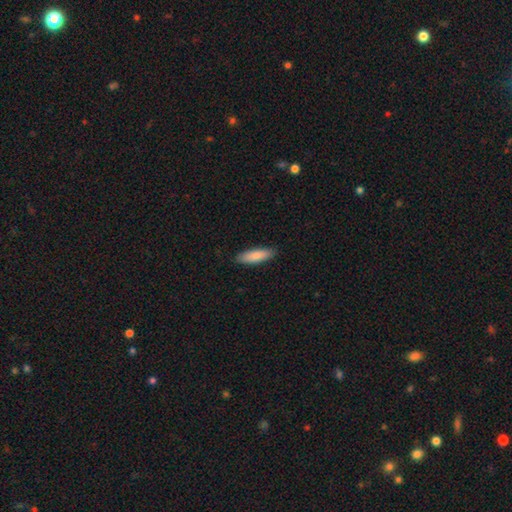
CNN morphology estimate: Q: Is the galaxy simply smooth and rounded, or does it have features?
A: smooth — 85%.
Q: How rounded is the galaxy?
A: cigar-shaped — 56%.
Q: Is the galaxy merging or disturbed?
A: none — 89%.